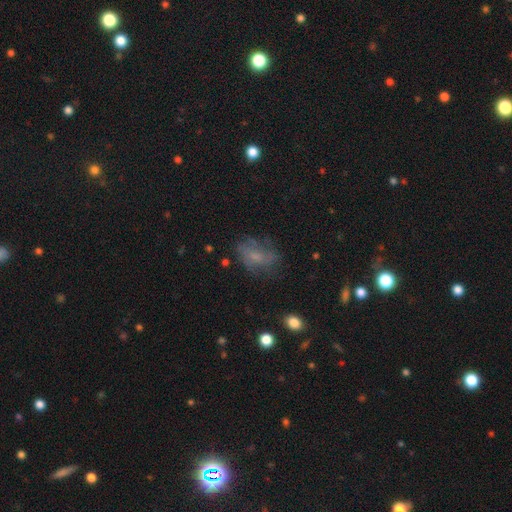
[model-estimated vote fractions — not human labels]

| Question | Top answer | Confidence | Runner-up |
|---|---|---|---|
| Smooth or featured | smooth | 46% | featured or disk (40%) |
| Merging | none | 53% | minor disturbance (24%) |